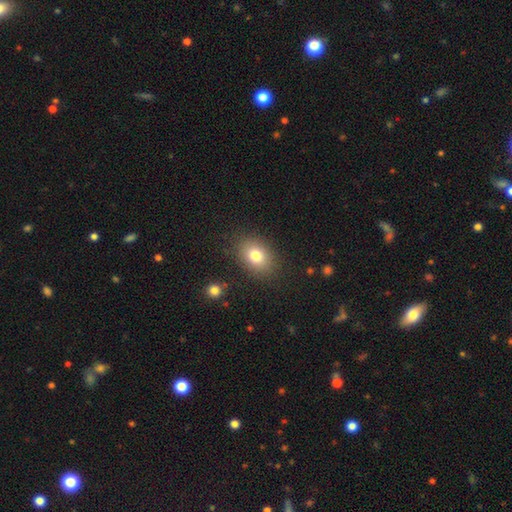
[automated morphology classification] Overall: smooth (79%). How rounded: in between (69%; round 30%). Merging: none (85%).